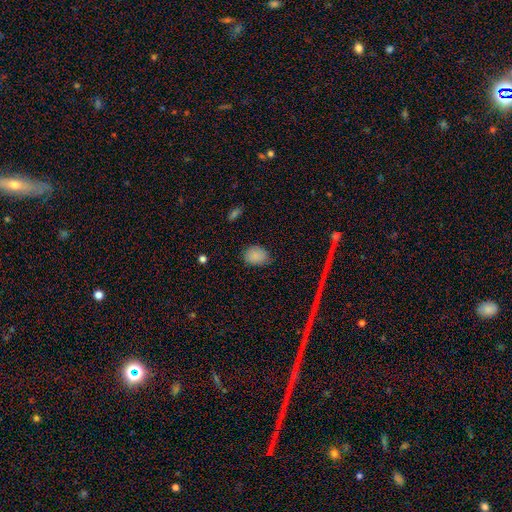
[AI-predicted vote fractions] The model was most divided on "how rounded": in between: 58%, round: 41%, cigar-shaped: 1%. More confident: smooth or featured — smooth (85%); merging — none (77%).